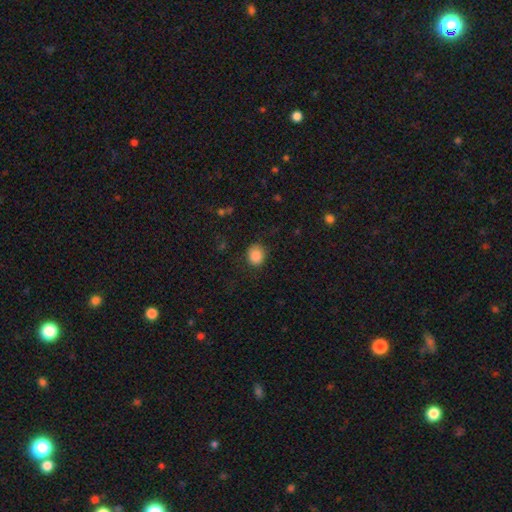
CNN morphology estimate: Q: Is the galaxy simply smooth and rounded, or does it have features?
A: smooth — 87%.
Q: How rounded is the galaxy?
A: round — 71%.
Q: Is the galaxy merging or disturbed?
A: none — 83%.